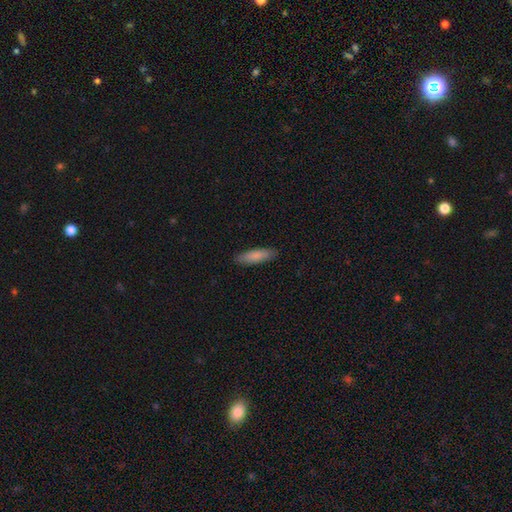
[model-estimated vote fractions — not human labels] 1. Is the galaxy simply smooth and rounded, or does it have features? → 84% smooth, 10% featured or disk, 6% star or artifact.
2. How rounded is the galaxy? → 61% cigar-shaped, 38% in between, 1% round.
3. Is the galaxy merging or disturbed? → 88% none, 9% minor disturbance, 2% major disturbance, 1% merger.